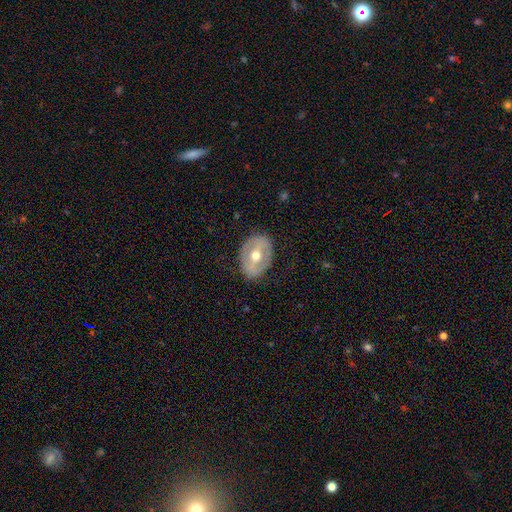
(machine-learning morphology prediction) A featured or disk galaxy (61%) with a strong bar (37%), no spiral arms (72%) and a moderate central bulge (76%). Merging: none (82%).